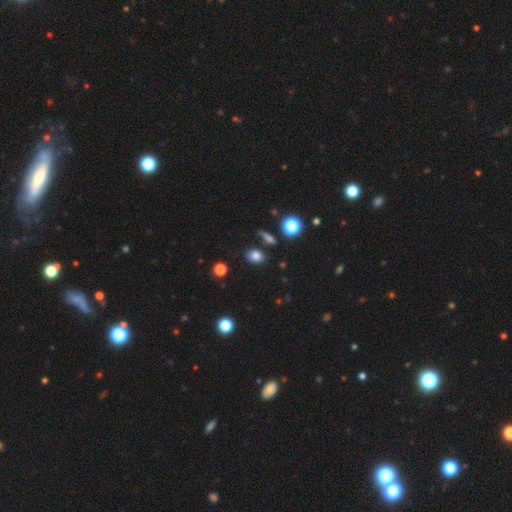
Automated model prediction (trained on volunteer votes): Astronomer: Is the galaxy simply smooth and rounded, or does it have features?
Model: smooth — 81%.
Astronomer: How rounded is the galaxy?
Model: in between — 67%.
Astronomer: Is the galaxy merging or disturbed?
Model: none — 79%.